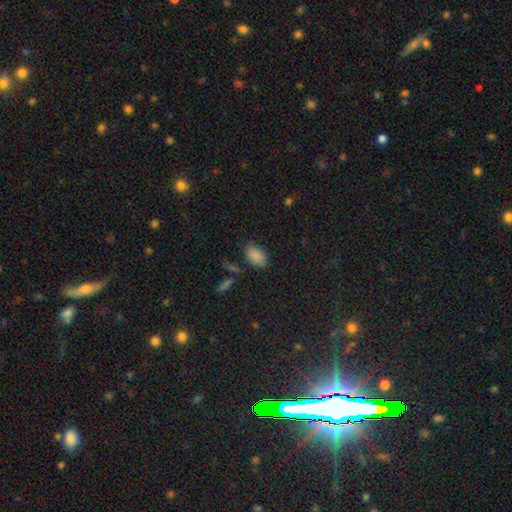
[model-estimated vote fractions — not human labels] A smooth galaxy with no disk features (86%) that is in between round and cigar-shaped (92%). Merging: none (79%).